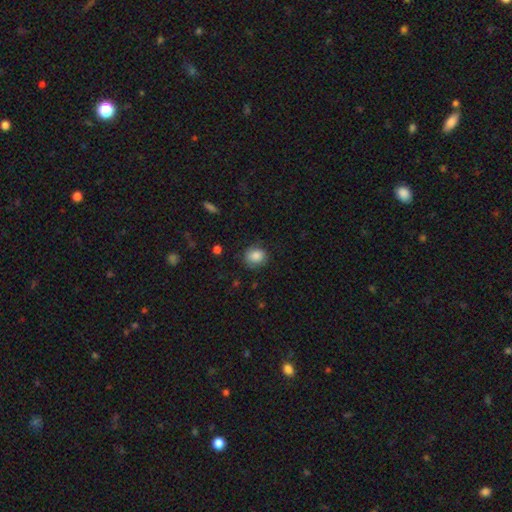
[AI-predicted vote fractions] smooth_or_featured: smooth (p=0.86) [alt: star or artifact p=0.08]
how_rounded: round (p=0.66) [alt: in between p=0.33]
merging: none (p=0.76) [alt: minor disturbance p=0.18]